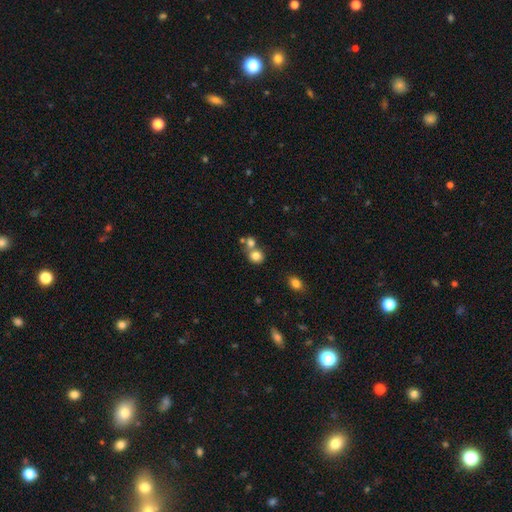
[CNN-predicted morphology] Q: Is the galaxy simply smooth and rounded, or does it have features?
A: smooth — 79%.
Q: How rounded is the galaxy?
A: round — 82%.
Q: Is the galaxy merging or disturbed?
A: none — 50%.